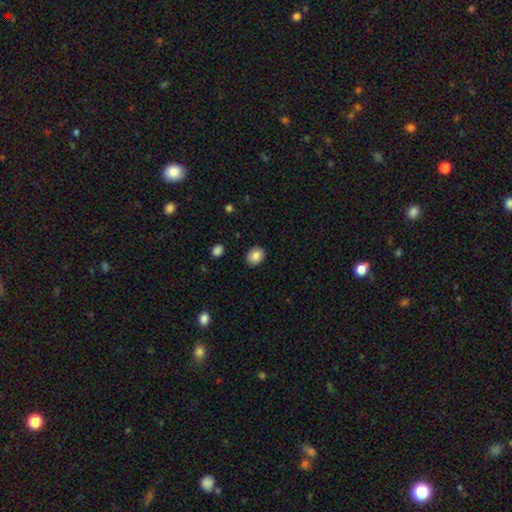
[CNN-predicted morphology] A smooth galaxy with no disk features (85%) that is round (53%). Merging: none (88%).